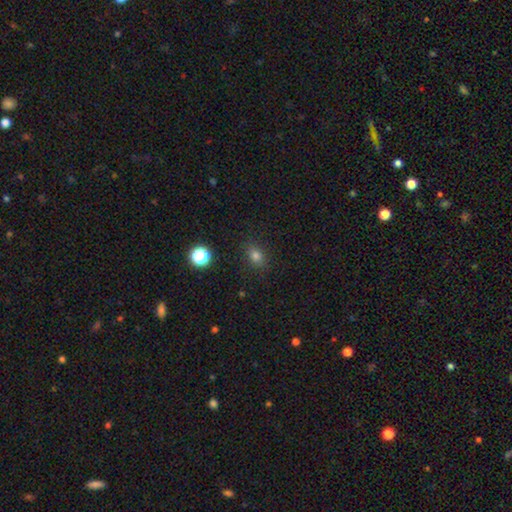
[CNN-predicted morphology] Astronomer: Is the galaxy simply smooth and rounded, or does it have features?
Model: smooth — 78%.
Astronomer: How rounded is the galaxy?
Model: in between — 67%.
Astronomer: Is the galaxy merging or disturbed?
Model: none — 86%.